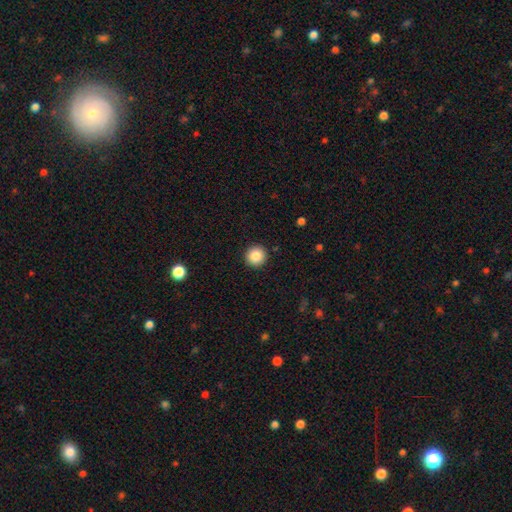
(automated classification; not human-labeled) Smooth or featured: smooth — 87% (star or artifact — 9%)
How rounded: round — 95% (in between — 4%)
Merging: none — 93% (minor disturbance — 5%)